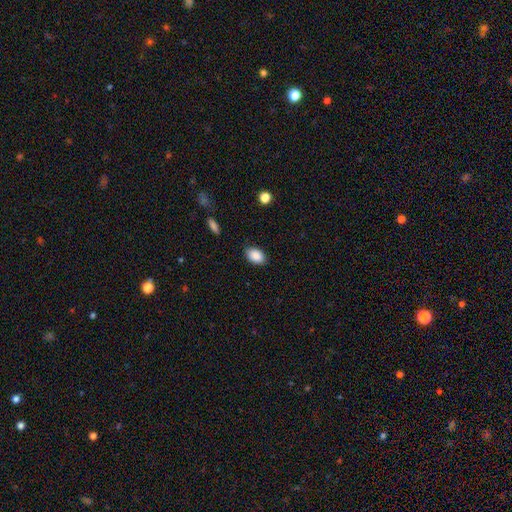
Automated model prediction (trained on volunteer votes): A smooth galaxy with no disk features (89%) that is in between round and cigar-shaped (87%).

Vote fractions:
- Smooth or featured? smooth: 89% / star or artifact: 7% / featured or disk: 4%
- How rounded? in between: 87% / round: 11% / cigar-shaped: 1%
- Merging? none: 85% / minor disturbance: 11% / major disturbance: 3% / merger: 1%